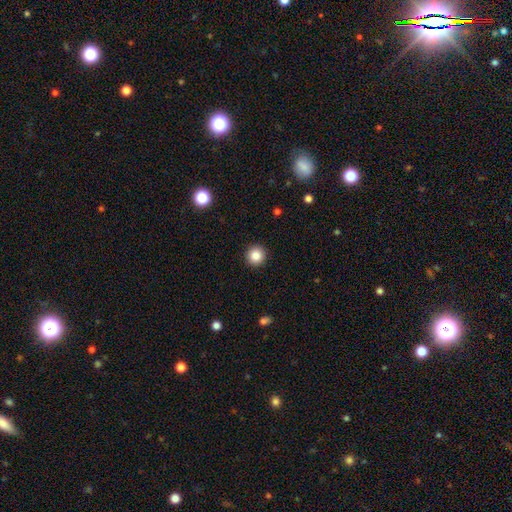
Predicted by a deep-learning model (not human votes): A smooth galaxy with no disk features (85%) that is round (94%).

Vote fractions:
- Smooth or featured? smooth: 85% / star or artifact: 10% / featured or disk: 5%
- How rounded? round: 94% / in between: 5% / cigar-shaped: 1%
- Merging? none: 93% / minor disturbance: 5% / major disturbance: 2% / merger: 1%